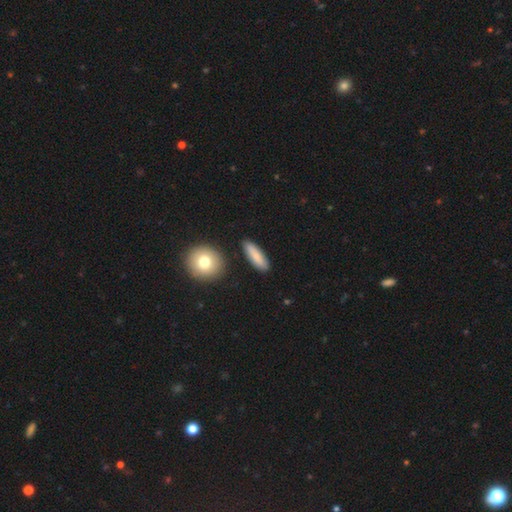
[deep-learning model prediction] smooth-or-featured: smooth: 82% | featured or disk: 12% | star or artifact: 6%
  how-rounded: cigar-shaped: 58% | in between: 39% | round: 3%
  merging: none: 87% | minor disturbance: 9% | merger: 2% | major disturbance: 2%